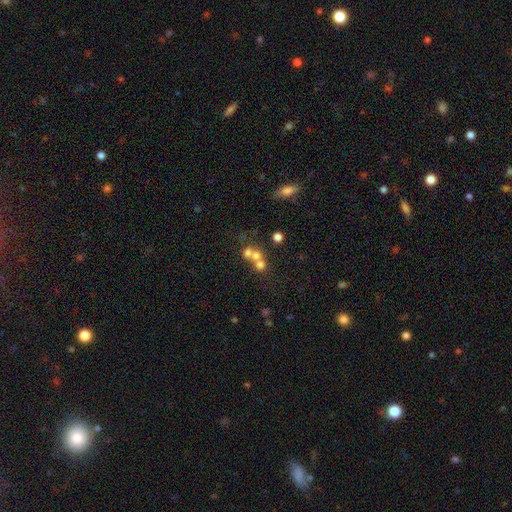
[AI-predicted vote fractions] Smooth or featured?
  - smooth: 61% *
  - featured or disk: 22%
  - star or artifact: 17%
How rounded?
  - round: 82% *
  - in between: 17%
  - cigar-shaped: 1%
Merging?
  - merger: 58% *
  - none: 32%
  - minor disturbance: 6%
  - major disturbance: 4%